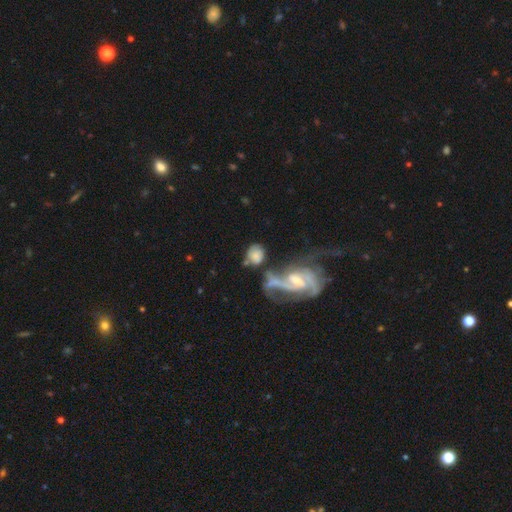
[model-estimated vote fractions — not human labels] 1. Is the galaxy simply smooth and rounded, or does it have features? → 51% smooth, 39% featured or disk, 10% star or artifact.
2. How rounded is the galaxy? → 55% round, 43% in between, 3% cigar-shaped.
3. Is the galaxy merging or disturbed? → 35% merger (tied), 35% none (tied), 15% minor disturbance, 15% major disturbance.